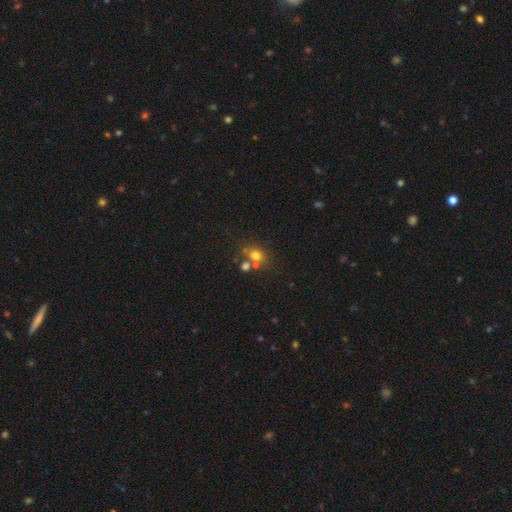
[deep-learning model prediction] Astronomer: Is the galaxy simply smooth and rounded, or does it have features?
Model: smooth — 69%.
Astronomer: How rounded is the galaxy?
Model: round — 69%.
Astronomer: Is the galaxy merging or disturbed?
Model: none — 55%.